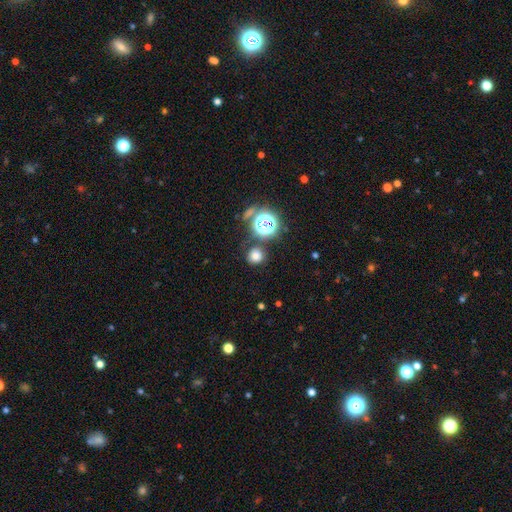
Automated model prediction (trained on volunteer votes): Smooth or featured? Predicted: smooth (p=0.70). How rounded? Predicted: round (p=0.91). Merging? Predicted: none (p=0.82).